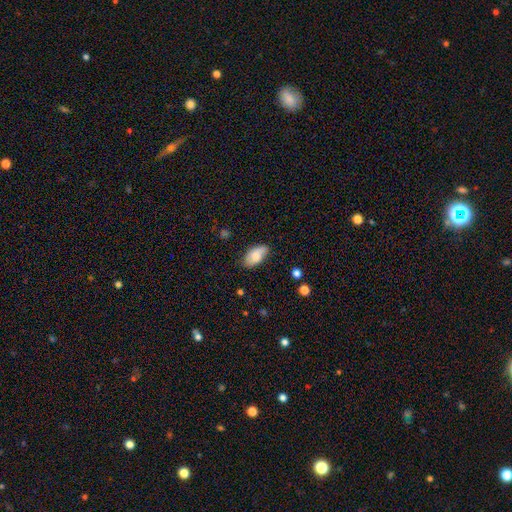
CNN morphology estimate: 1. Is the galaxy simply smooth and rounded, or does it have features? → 73% smooth, 20% featured or disk, 7% star or artifact.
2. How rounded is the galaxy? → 94% in between, 4% round, 3% cigar-shaped.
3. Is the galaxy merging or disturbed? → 70% none, 24% minor disturbance, 4% major disturbance, 2% merger.